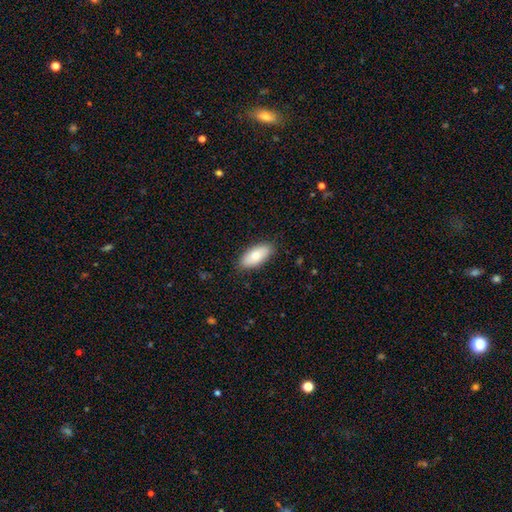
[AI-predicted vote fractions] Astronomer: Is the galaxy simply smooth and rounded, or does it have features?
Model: smooth — 78%.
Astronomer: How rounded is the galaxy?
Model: in between — 89%.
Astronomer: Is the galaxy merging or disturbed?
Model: none — 86%.